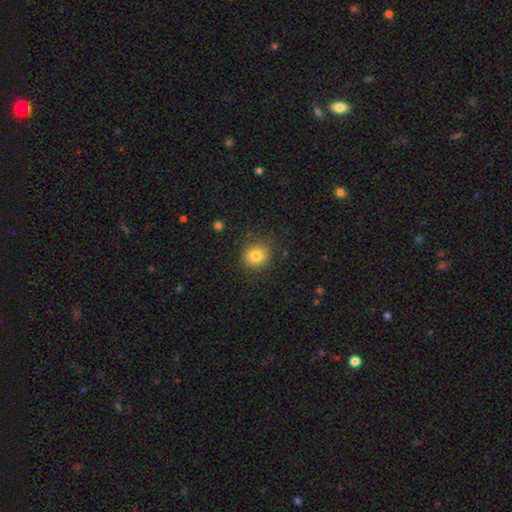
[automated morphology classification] Smooth or featured?
  - smooth: 82% *
  - star or artifact: 11%
  - featured or disk: 7%
How rounded?
  - round: 85% *
  - in between: 14%
  - cigar-shaped: 1%
Merging?
  - none: 85% *
  - minor disturbance: 11%
  - major disturbance: 3%
  - merger: 1%